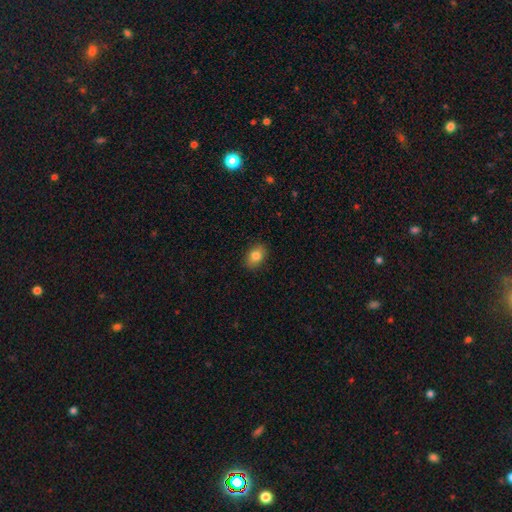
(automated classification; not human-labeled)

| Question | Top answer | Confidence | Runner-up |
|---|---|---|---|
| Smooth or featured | smooth | 83% | star or artifact (9%) |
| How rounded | in between | 76% | round (23%) |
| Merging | none | 87% | minor disturbance (10%) |